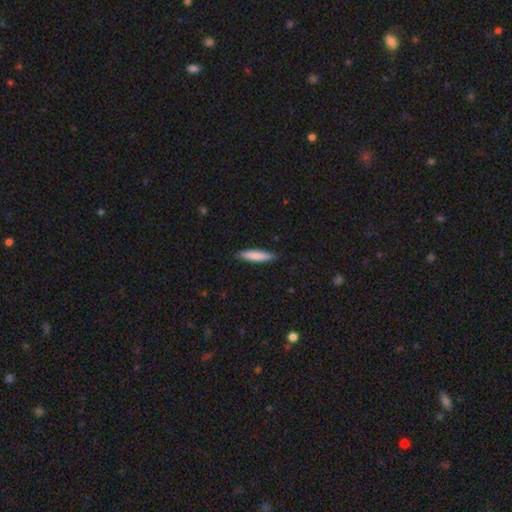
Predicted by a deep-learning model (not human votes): smooth-or-featured: smooth: 81% | featured or disk: 14% | star or artifact: 5%
  how-rounded: cigar-shaped: 85% | in between: 14% | round: 1%
  merging: none: 87% | minor disturbance: 10% | major disturbance: 2% | merger: 1%